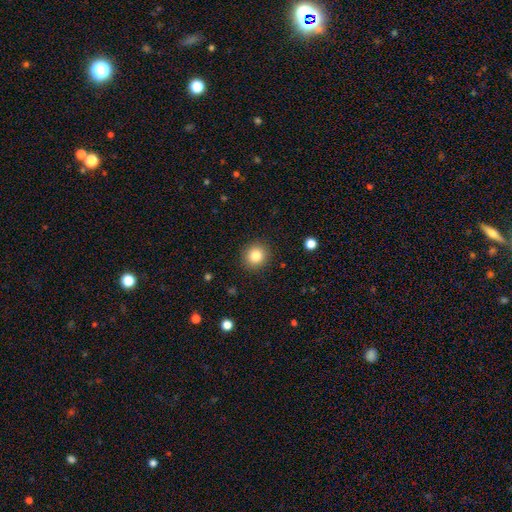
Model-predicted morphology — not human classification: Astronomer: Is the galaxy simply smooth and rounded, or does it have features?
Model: smooth — 83%.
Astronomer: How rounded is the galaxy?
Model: round — 90%.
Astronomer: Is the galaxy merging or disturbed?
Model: none — 91%.